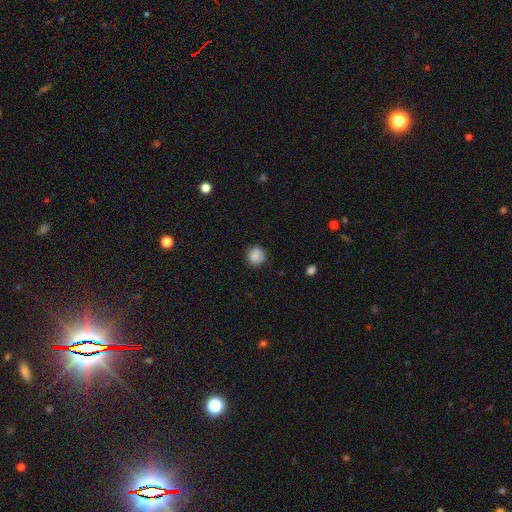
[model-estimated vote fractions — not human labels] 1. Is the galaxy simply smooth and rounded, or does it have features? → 87% smooth, 9% star or artifact, 3% featured or disk.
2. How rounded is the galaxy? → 93% round, 6% in between, 1% cigar-shaped.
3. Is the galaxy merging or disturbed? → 87% none, 9% minor disturbance, 2% major disturbance, 1% merger.